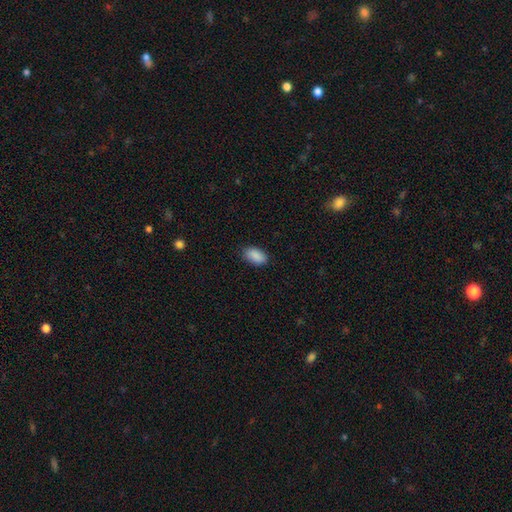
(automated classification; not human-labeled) smooth-or-featured: smooth: 90% | star or artifact: 7% | featured or disk: 3%
  how-rounded: in between: 93% | round: 5% | cigar-shaped: 2%
  merging: none: 84% | minor disturbance: 12% | major disturbance: 2% | merger: 1%